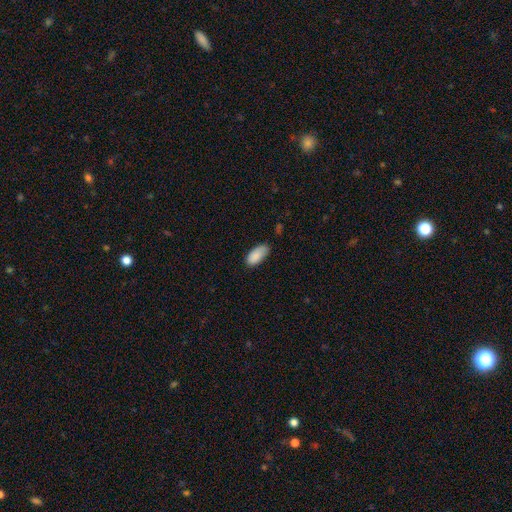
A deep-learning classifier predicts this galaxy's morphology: type=smooth (88%); roundness=in between (91%); merging=none (65%).